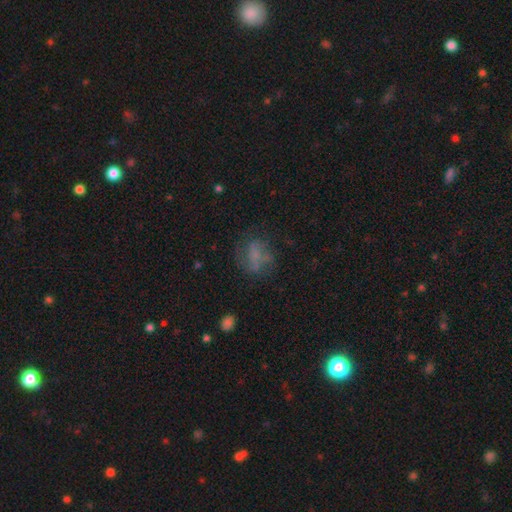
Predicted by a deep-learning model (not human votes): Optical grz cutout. It shows a smooth galaxy with no disk features (47%). Merging: none (55%).